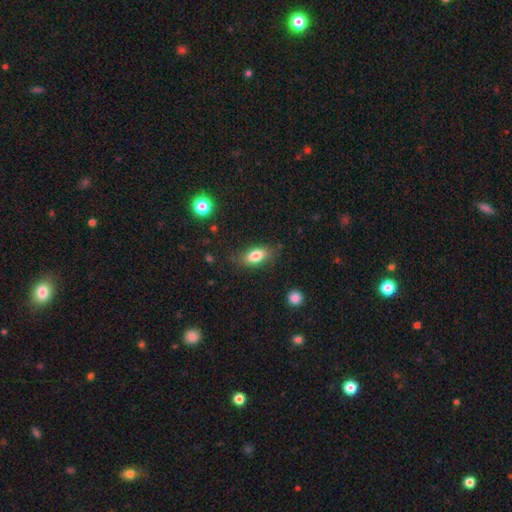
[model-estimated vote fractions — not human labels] Morphology: type=smooth (80%); roundness=in between (84%); merging=none (80%).